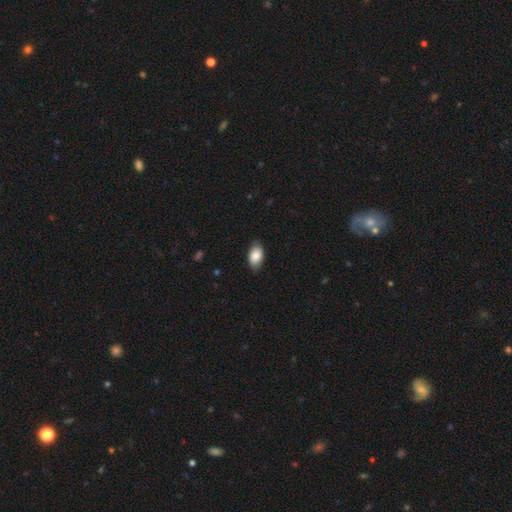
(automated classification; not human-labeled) smooth_or_featured: smooth (p=0.84) [alt: featured or disk p=0.09]
how_rounded: in between (p=0.93) [alt: round p=0.06]
merging: none (p=0.82) [alt: minor disturbance p=0.14]